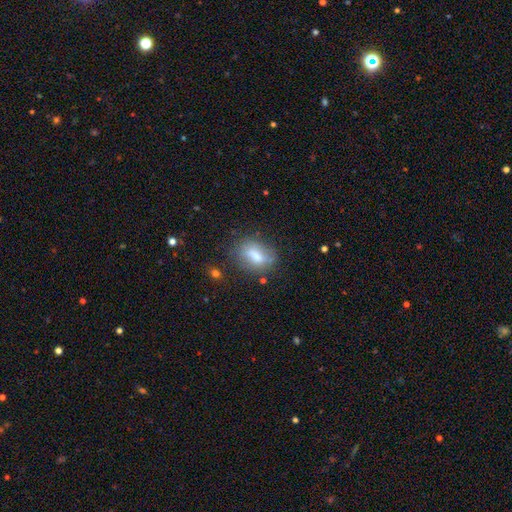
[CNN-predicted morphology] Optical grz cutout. It shows a smooth galaxy with no disk features (66%) that is in between round and cigar-shaped (74%). Merging: none (63%).